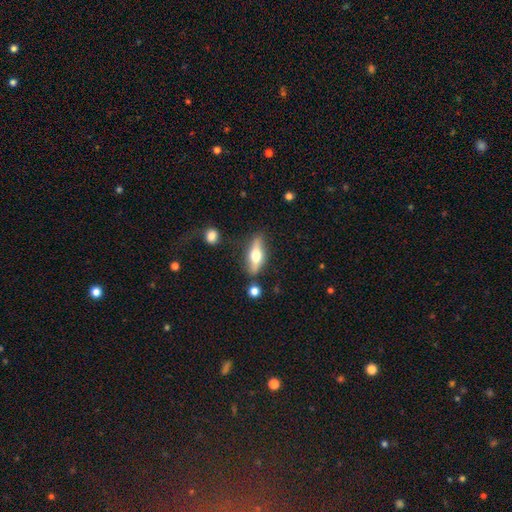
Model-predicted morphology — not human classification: Smooth or featured: featured or disk — 47% (smooth — 46%)
Merging: none — 78% (minor disturbance — 14%)